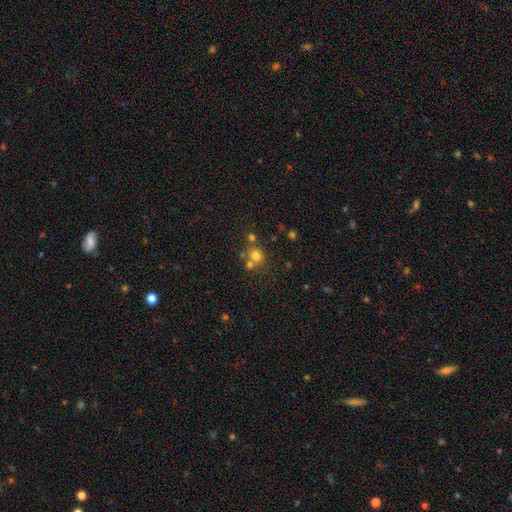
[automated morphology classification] A smooth galaxy with no disk features (70%) that is round (82%).

Vote fractions:
- Smooth or featured? smooth: 70% / star or artifact: 18% / featured or disk: 12%
- How rounded? round: 82% / in between: 18% / cigar-shaped: 1%
- Merging? none: 56% / merger: 32% / minor disturbance: 9% / major disturbance: 4%